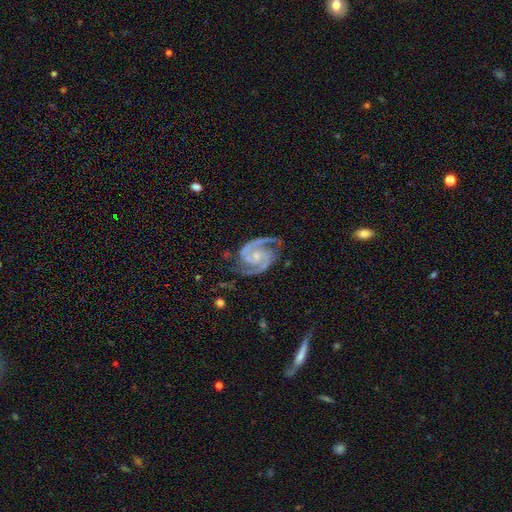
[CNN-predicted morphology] smooth_or_featured: featured or disk (p=0.94) [alt: star or artifact p=0.04]
disk_edge_on: no (p=0.98) [alt: yes p=0.02]
bar: no (p=0.61) [alt: weak p=0.29]
has_spiral_arms: yes (p=0.99) [alt: no p=0.01]
spiral_winding: medium (p=0.53) [alt: tight p=0.40]
spiral_arm_count: 2 (p=0.92) [alt: 3 p=0.03]
bulge_size: small (p=0.65) [alt: moderate p=0.27]
merging: none (p=0.75) [alt: minor disturbance p=0.17]